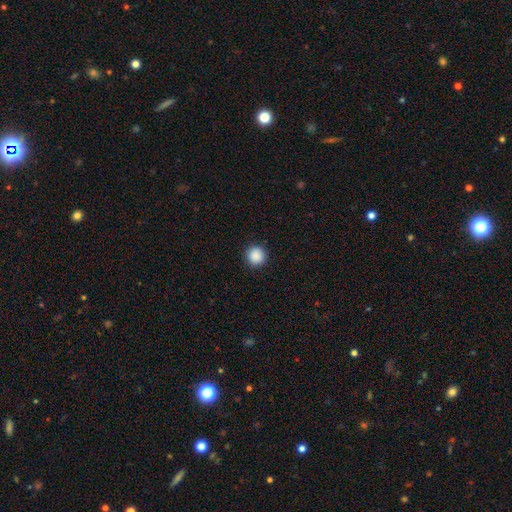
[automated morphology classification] smooth-or-featured: smooth: 89% | star or artifact: 9% | featured or disk: 2%
  how-rounded: round: 95% | in between: 4% | cigar-shaped: 1%
  merging: none: 92% | minor disturbance: 5% | major disturbance: 2% | merger: 1%